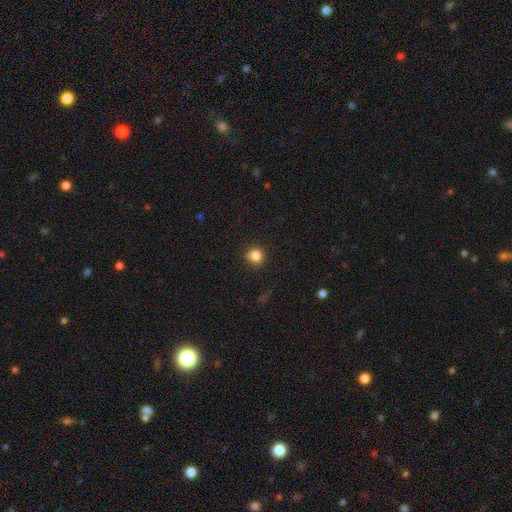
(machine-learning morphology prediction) smooth_or_featured: smooth (p=0.83) [alt: star or artifact p=0.12]
how_rounded: round (p=0.78) [alt: in between p=0.21]
merging: none (p=0.85) [alt: minor disturbance p=0.11]